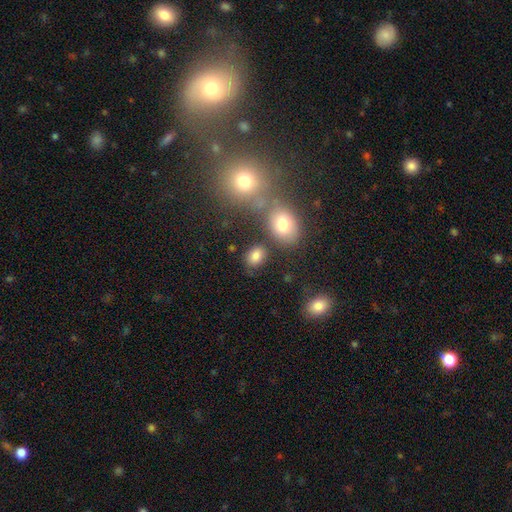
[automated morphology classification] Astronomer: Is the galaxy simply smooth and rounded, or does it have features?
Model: smooth — 82%.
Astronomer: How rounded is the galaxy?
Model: in between — 68%.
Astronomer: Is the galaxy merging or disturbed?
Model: none — 75%.